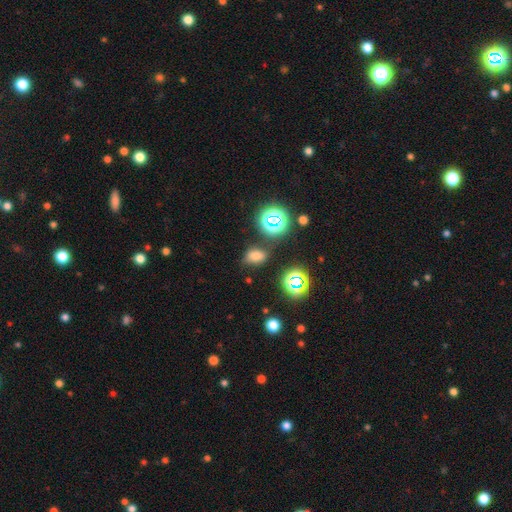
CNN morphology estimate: A smooth galaxy with no disk features (66%) that is in between round and cigar-shaped (75%).

Vote fractions:
- Smooth or featured? smooth: 66% / star or artifact: 25% / featured or disk: 8%
- How rounded? in between: 75% / round: 23% / cigar-shaped: 2%
- Merging? none: 75% / minor disturbance: 15% / merger: 5% / major disturbance: 5%